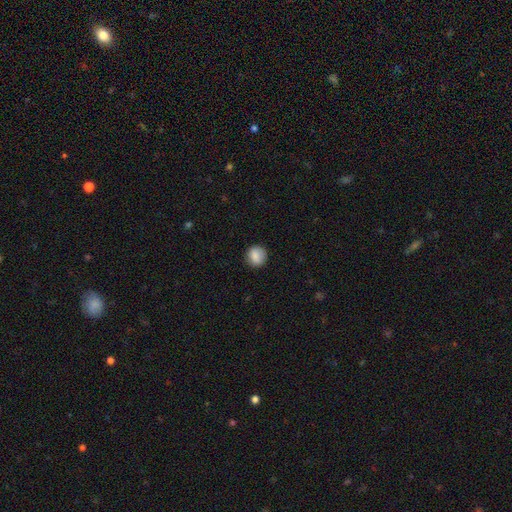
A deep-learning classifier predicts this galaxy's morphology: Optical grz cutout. It shows a smooth galaxy with no disk features (85%) that is round (87%). Merging: none (88%).